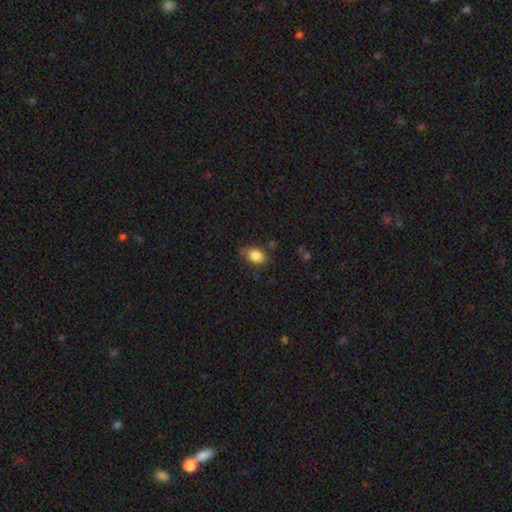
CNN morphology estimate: Overall: smooth (85%). How rounded: in between (74%). Merging: none (68%).